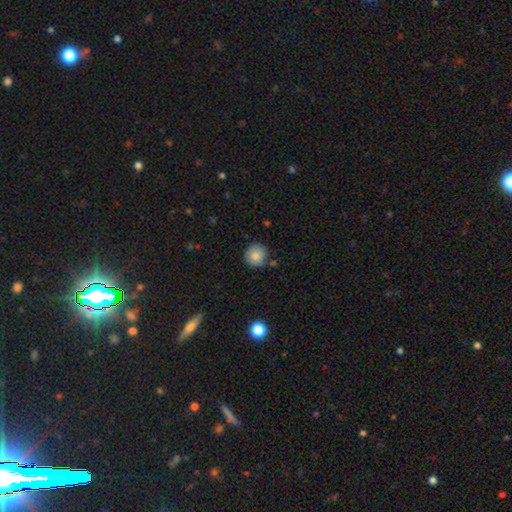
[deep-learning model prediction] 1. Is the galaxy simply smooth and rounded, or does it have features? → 84% smooth, 9% star or artifact, 7% featured or disk.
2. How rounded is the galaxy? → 91% round, 8% in between, 1% cigar-shaped.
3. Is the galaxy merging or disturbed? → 83% none, 11% minor disturbance, 4% merger, 2% major disturbance.